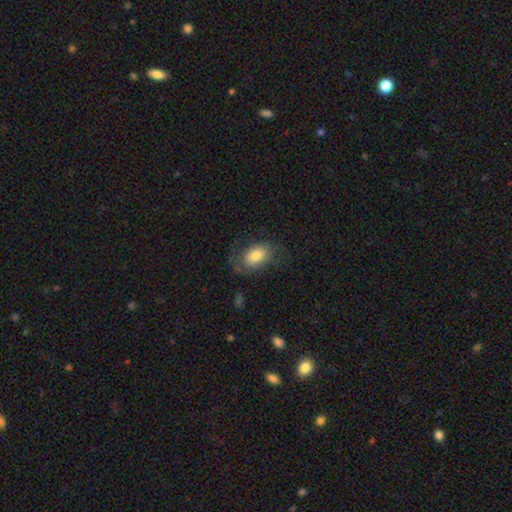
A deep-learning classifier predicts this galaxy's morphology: This is likely a smooth galaxy (70%). How rounded: clearly in between (85%). Merging: possibly none (60%).